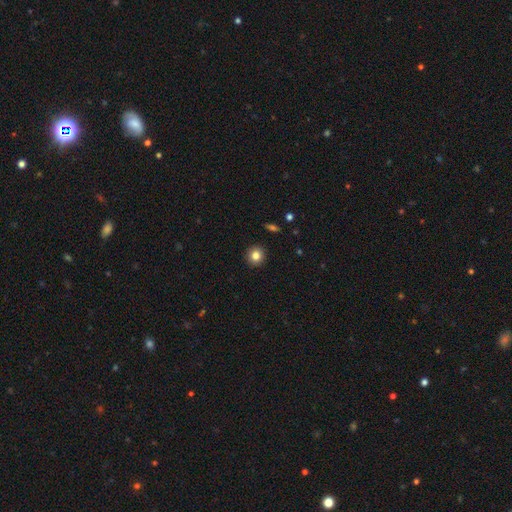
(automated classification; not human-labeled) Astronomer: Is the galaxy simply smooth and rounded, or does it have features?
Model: smooth — 83%.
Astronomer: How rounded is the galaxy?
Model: round — 92%.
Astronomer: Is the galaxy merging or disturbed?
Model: none — 92%.